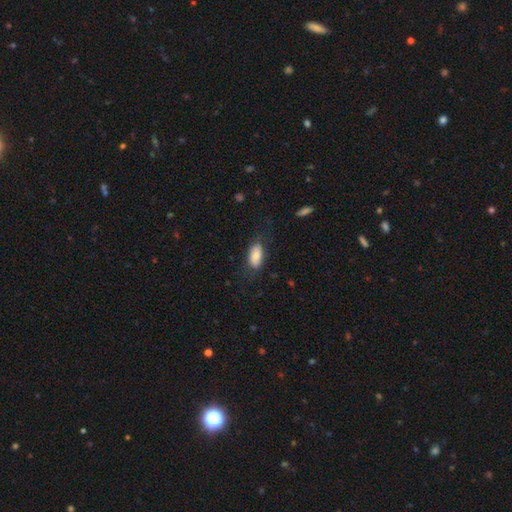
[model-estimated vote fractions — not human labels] Morphology: type=smooth (81%); roundness=in between (91%); merging=none (68%).